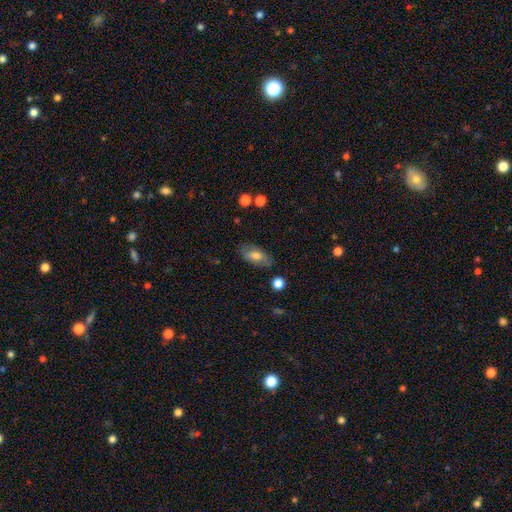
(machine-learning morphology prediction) Smooth or featured? Predicted: smooth (p=0.65). How rounded? Predicted: in between (p=0.88). Merging? Predicted: none (p=0.79).